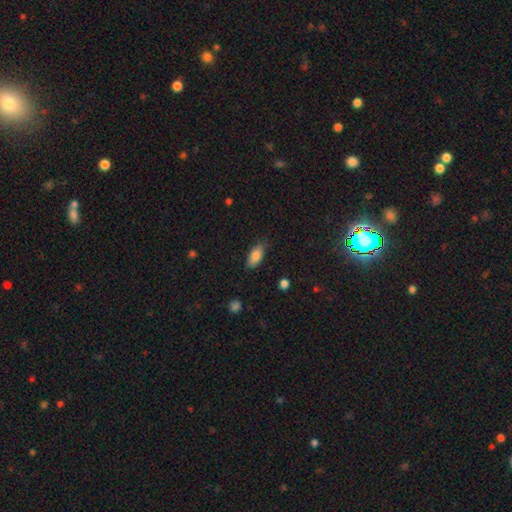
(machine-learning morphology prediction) The model was most divided on "merging": none: 78%, minor disturbance: 17%, major disturbance: 3%, merger: 1%. More confident: how rounded — in between (87%); smooth or featured — smooth (82%).